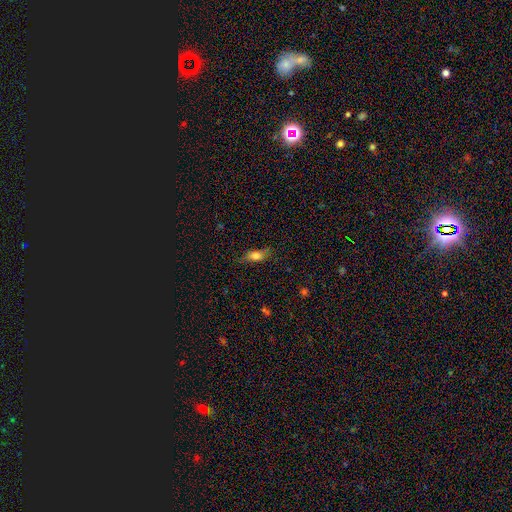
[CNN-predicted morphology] Smooth or featured: smooth — 71% (featured or disk — 20%)
How rounded: in between — 72% (cigar-shaped — 23%)
Merging: none — 76% (minor disturbance — 18%)